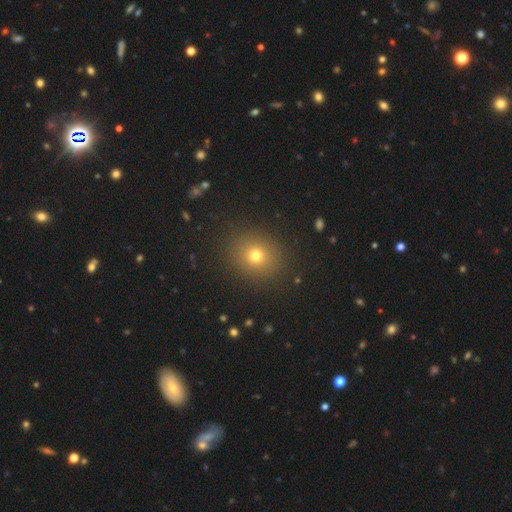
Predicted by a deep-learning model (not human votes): The model was most divided on "smooth or featured": smooth: 71%, star or artifact: 19%, featured or disk: 9%. More confident: merging — none (89%); how rounded — round (79%).